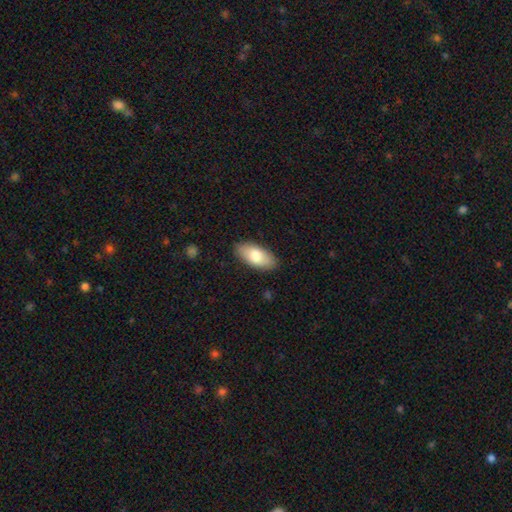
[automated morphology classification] smooth_or_featured: smooth (p=0.78) [alt: featured or disk p=0.17]
how_rounded: in between (p=0.91) [alt: cigar-shaped p=0.07]
merging: none (p=0.87) [alt: minor disturbance p=0.10]